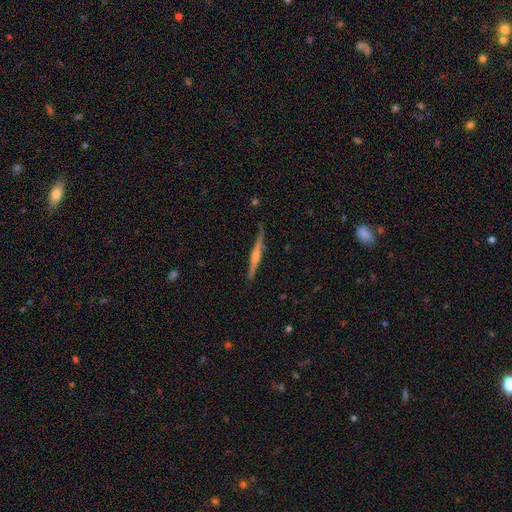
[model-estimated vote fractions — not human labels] This is likely a featured or disk galaxy (69%). It is clearly viewed edge-on (98%). Edge-on bulge: likely rounded (62%). Merging: clearly none (87%).